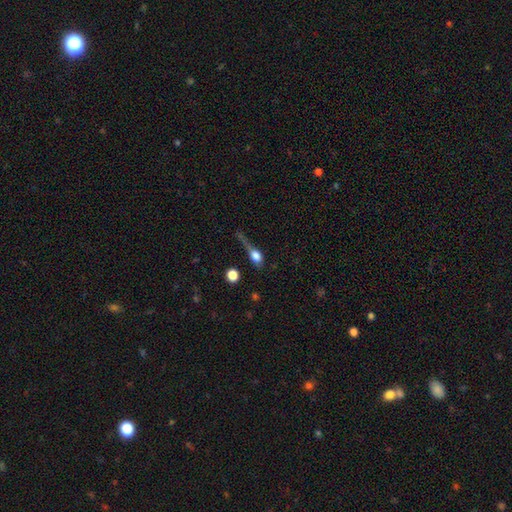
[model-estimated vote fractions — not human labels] A smooth galaxy with no disk features (67%) that is in between round and cigar-shaped (58%). Merging: major disturbance (37%).